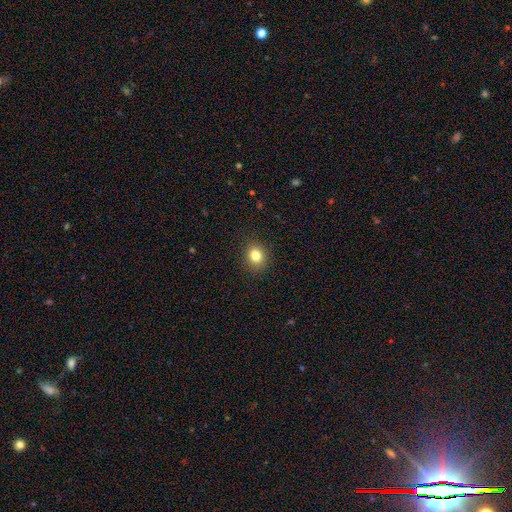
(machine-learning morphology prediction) Smooth or featured? smooth (82%)
How rounded? round (66%)
Merging? none (90%)